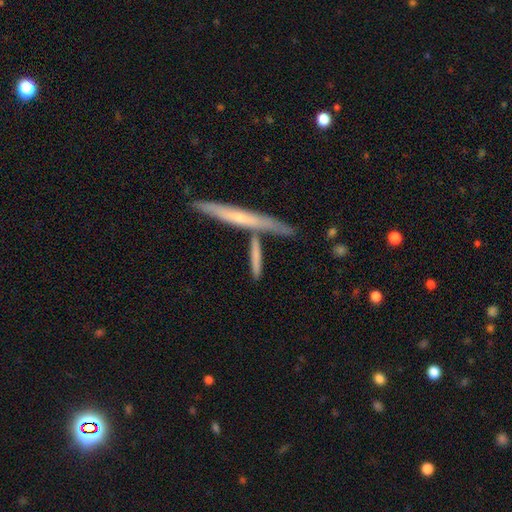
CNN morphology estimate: Overall: smooth (57%; featured or disk 36%). How rounded: cigar-shaped (88%). Merging: none (62%).